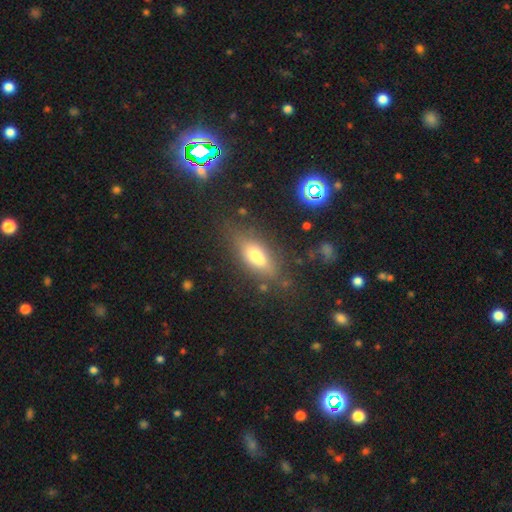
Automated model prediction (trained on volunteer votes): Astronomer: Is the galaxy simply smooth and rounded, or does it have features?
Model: smooth — 62%.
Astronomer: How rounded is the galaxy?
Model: in between — 72%.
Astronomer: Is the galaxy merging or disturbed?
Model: none — 61%.